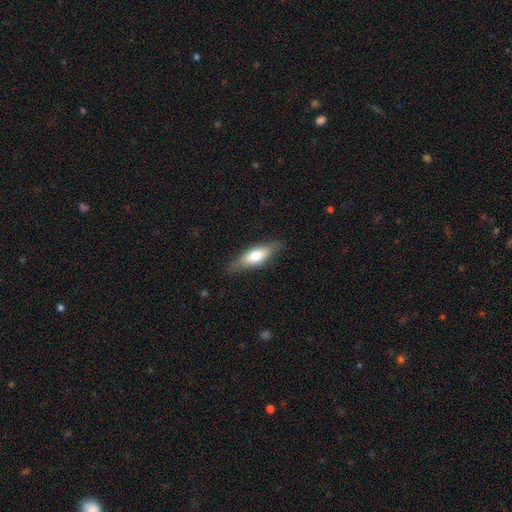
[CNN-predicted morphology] Smooth or featured: smooth — 62% (featured or disk — 32%)
How rounded: in between — 51% (cigar-shaped — 47%)
Merging: none — 81% (minor disturbance — 15%)